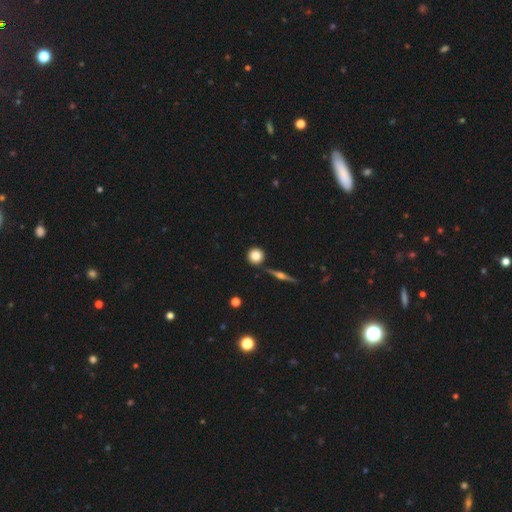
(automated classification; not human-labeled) Q: Smooth or featured?
A: smooth (80%); runner-up: featured or disk (11%)
Q: How rounded?
A: round (93%); runner-up: in between (5%)
Q: Merging?
A: none (84%); runner-up: minor disturbance (8%)